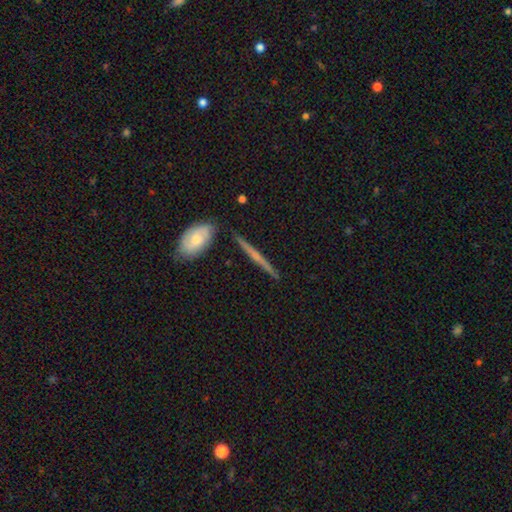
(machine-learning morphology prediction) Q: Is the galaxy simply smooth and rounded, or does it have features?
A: featured or disk — 61%.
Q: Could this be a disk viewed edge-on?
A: yes — 95%.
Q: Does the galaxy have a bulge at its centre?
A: rounded — 46%, tied with none.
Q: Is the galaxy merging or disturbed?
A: none — 87%.